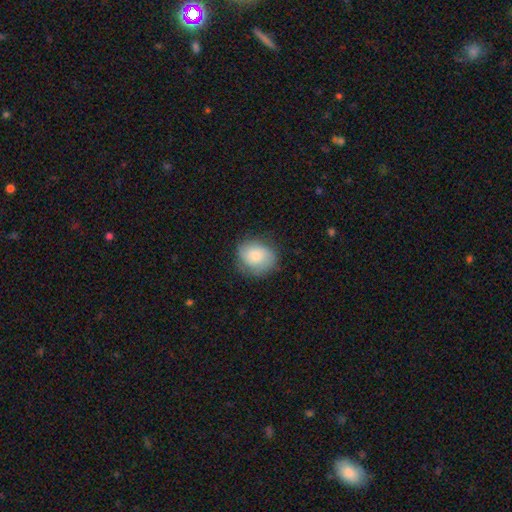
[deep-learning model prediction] Smooth or featured: smooth — 68% (featured or disk — 24%)
How rounded: round — 67% (in between — 32%)
Merging: none — 74% (minor disturbance — 19%)